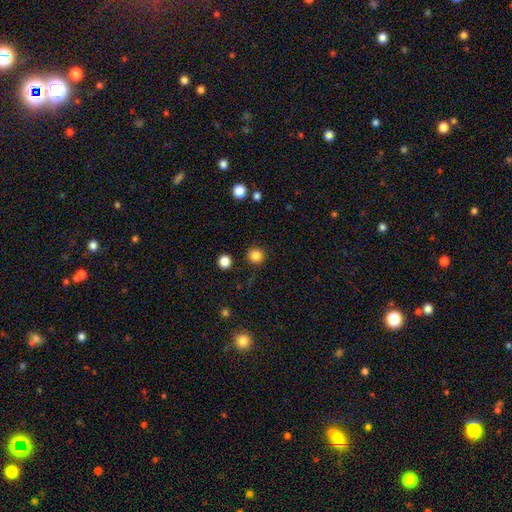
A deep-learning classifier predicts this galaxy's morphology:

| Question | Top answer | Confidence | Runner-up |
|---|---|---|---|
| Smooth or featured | smooth | 84% | star or artifact (12%) |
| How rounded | round | 94% | in between (5%) |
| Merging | none | 90% | minor disturbance (6%) |